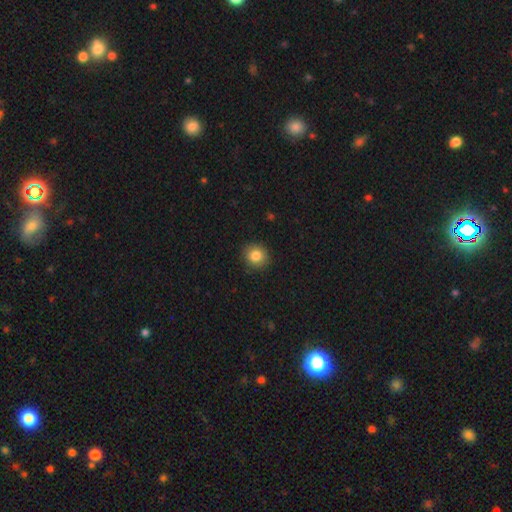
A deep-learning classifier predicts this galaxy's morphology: This appears to be a smooth galaxy with no disk features (84%) that is round (84%). Merging: none (91%).